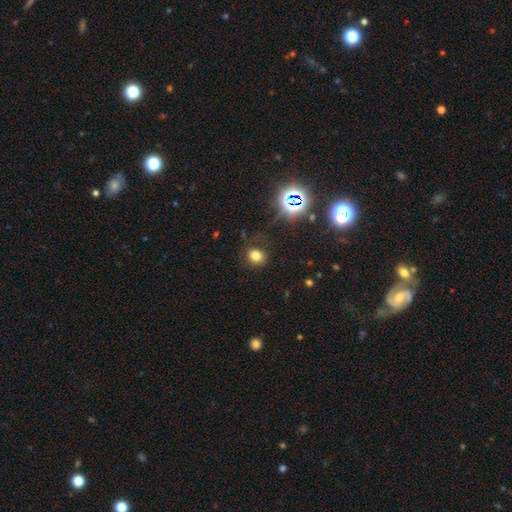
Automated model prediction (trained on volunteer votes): smooth_or_featured: smooth (p=0.73) [alt: star or artifact p=0.20]
how_rounded: round (p=0.76) [alt: in between p=0.23]
merging: none (p=0.81) [alt: minor disturbance p=0.12]